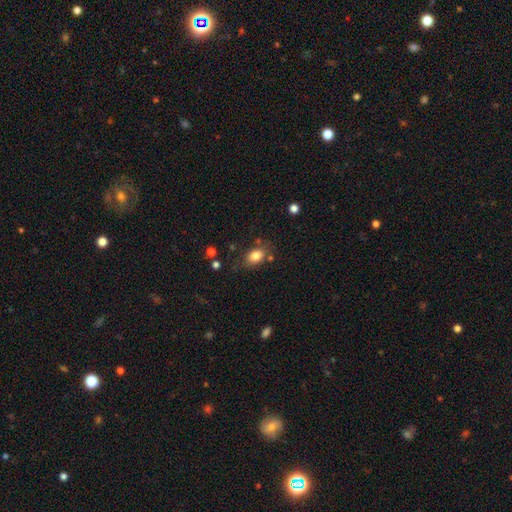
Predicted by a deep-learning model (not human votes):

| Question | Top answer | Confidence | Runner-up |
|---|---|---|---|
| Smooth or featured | smooth | 82% | featured or disk (9%) |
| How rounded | in between | 76% | round (23%) |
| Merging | none | 72% | minor disturbance (18%) |